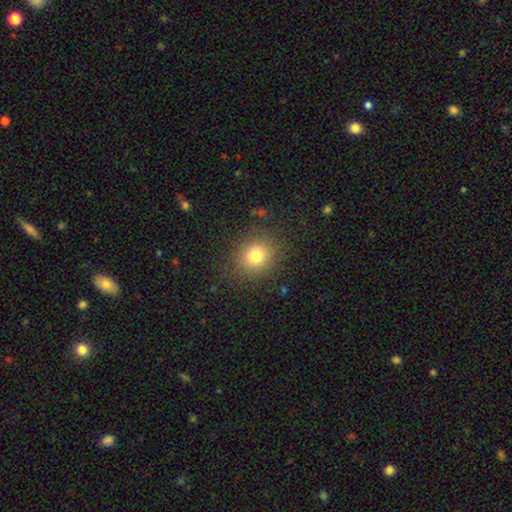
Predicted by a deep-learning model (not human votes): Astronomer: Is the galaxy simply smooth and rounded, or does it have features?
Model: smooth — 78%.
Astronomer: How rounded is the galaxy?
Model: round — 79%.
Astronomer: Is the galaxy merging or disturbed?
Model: none — 86%.